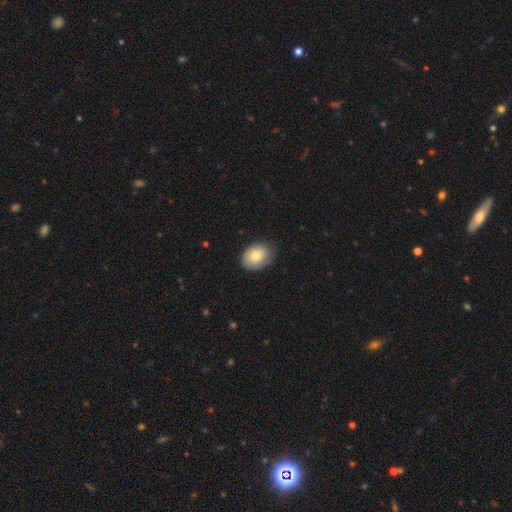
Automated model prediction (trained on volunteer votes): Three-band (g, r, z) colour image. It shows a smooth galaxy with no disk features (78%) that is in between round and cigar-shaped (74%). Merging: none (73%).